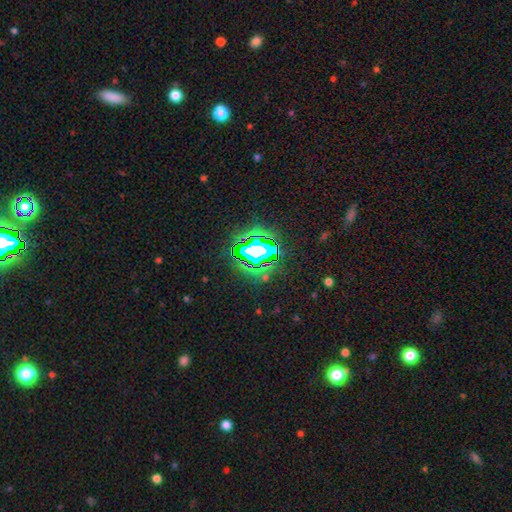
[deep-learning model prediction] smooth_or_featured: star or artifact (p=0.79) [alt: smooth p=0.13]